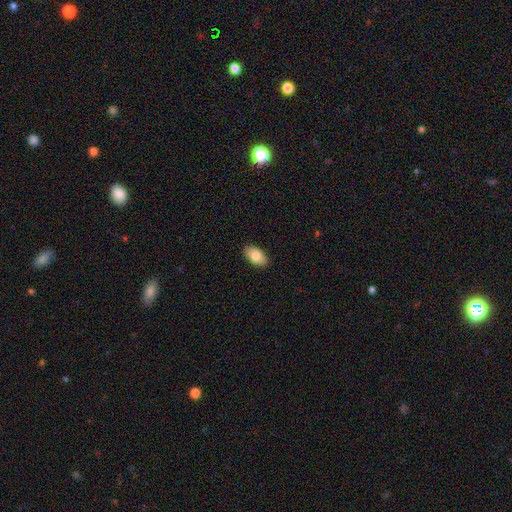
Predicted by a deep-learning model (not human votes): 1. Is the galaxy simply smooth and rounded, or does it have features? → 80% smooth, 13% featured or disk, 6% star or artifact.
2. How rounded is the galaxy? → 94% in between, 5% round, 2% cigar-shaped.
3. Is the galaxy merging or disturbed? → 89% none, 8% minor disturbance, 2% major disturbance, 1% merger.